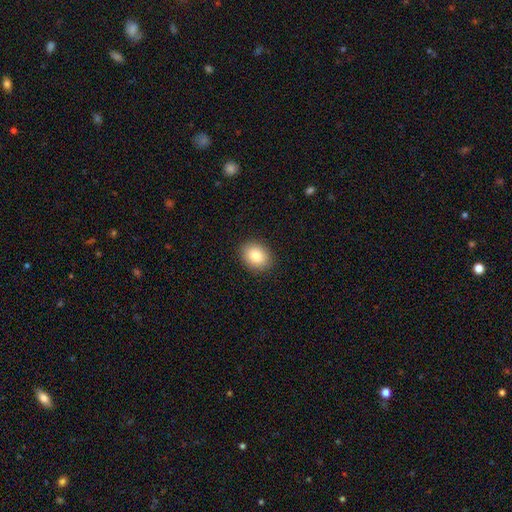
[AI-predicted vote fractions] Overall: smooth (84%). How rounded: in between (56%; round 44%). Merging: none (89%).